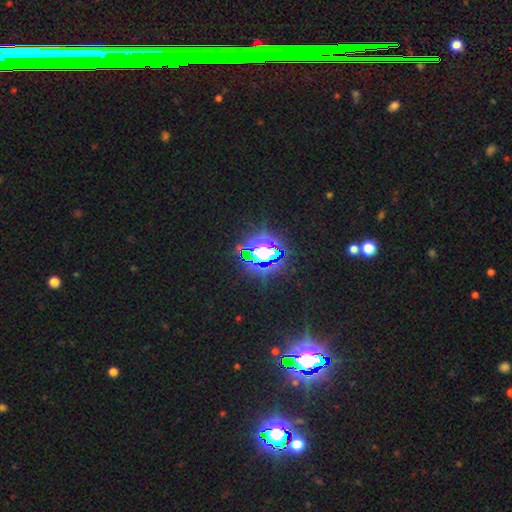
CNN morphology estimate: type=star or artifact (80%).